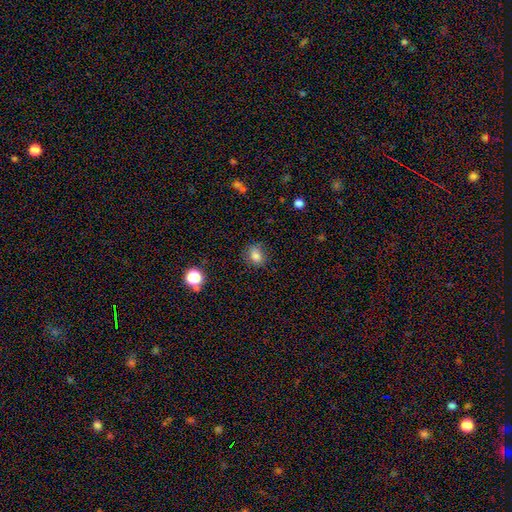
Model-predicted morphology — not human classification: A smooth galaxy with no disk features (81%) that is round (55%).

Vote fractions:
- Smooth or featured? smooth: 81% / star or artifact: 13% / featured or disk: 6%
- How rounded? round: 55% / in between: 44% / cigar-shaped: 1%
- Merging? none: 80% / minor disturbance: 15% / major disturbance: 4% / merger: 2%